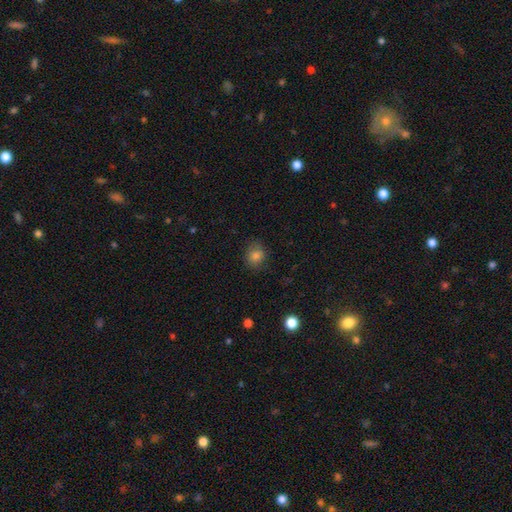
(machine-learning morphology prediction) Smooth or featured? Predicted: smooth (p=0.82). How rounded? Predicted: round (p=0.65). Merging? Predicted: none (p=0.79).